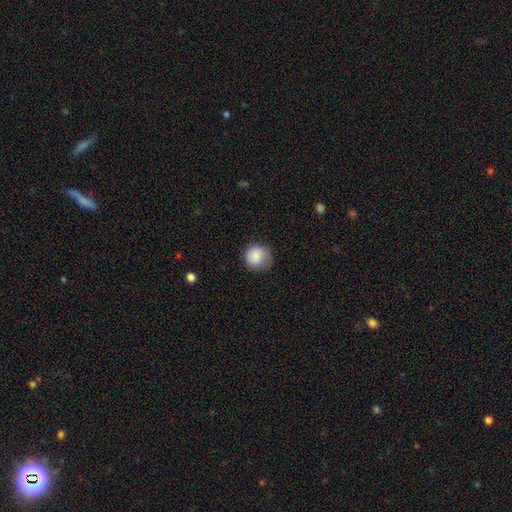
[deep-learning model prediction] Smooth or featured? Predicted: smooth (p=0.86). How rounded? Predicted: round (p=0.89). Merging? Predicted: none (p=0.73).